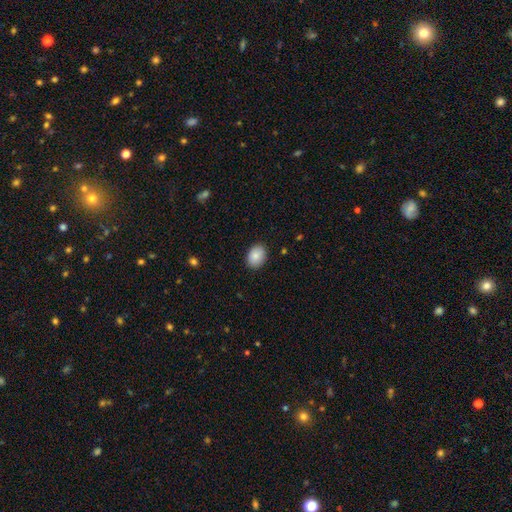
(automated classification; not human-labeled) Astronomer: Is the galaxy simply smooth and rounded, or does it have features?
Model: smooth — 86%.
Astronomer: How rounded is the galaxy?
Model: in between — 71%.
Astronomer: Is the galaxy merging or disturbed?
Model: none — 88%.